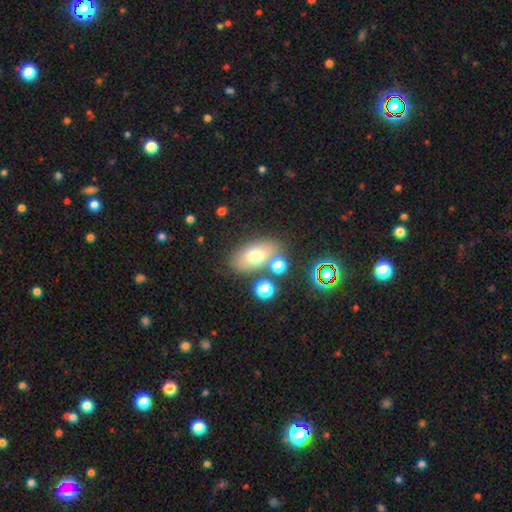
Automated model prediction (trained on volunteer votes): The model was most divided on "smooth or featured": smooth: 67%, featured or disk: 21%, star or artifact: 13%. More confident: how rounded — in between (86%); merging — none (69%).